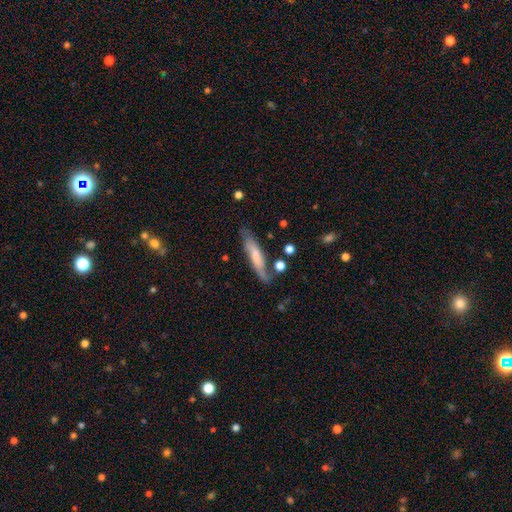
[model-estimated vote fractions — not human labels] smooth-or-featured: smooth: 47% | featured or disk: 46% | star or artifact: 7%
  merging: none: 66% | minor disturbance: 22% | major disturbance: 7% | merger: 5%